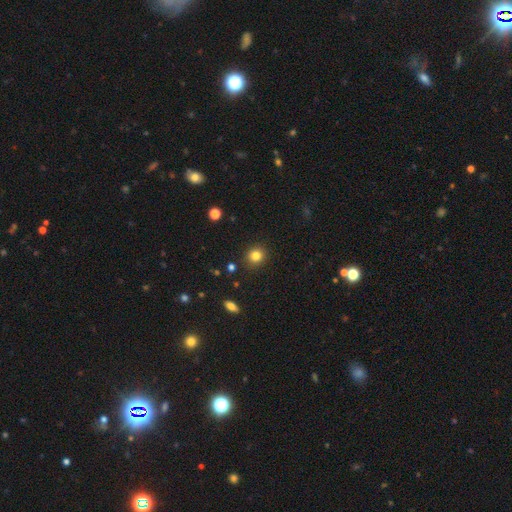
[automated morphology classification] Overall: smooth (82%). How rounded: round (85%). Merging: none (90%).